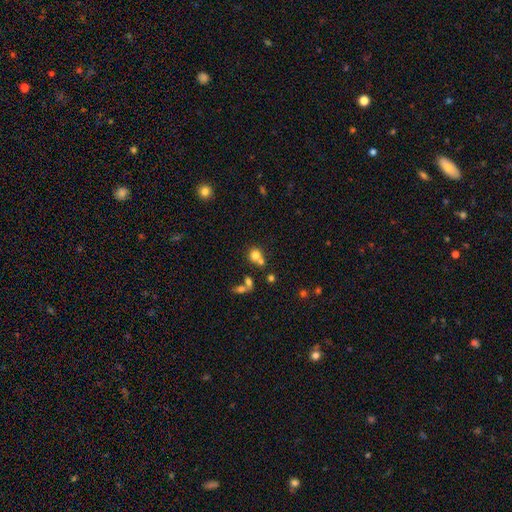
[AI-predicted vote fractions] Overall: smooth (75%). How rounded: round (82%). Merging: none (47%; merger 41%).